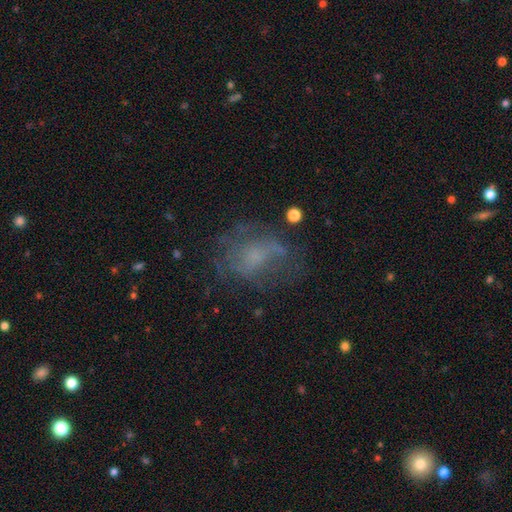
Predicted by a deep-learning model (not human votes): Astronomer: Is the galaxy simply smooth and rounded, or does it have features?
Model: featured or disk — 46% (runner-up: smooth, 37%).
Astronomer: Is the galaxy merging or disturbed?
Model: none — 49% (runner-up: major disturbance, 27%).